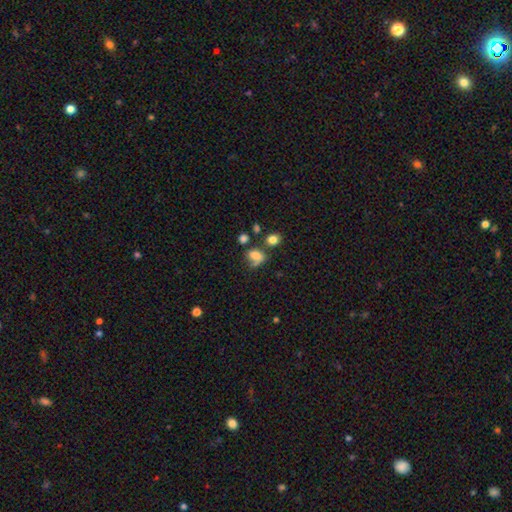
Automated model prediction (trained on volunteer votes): Overall: smooth (65%). How rounded: in between (66%; round 32%). Merging: none (36%; minor disturbance 24%).